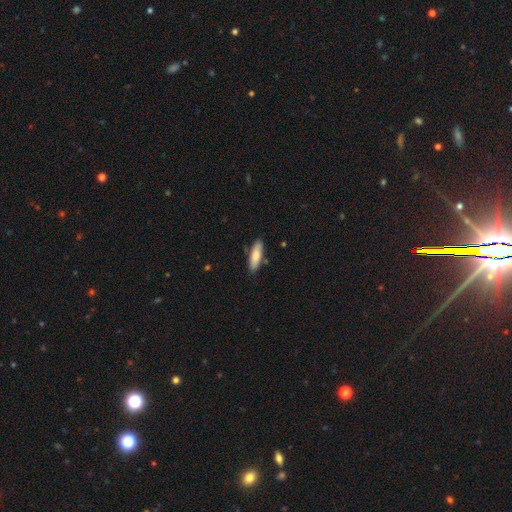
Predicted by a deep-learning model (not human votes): Overall: smooth (83%). How rounded: cigar-shaped (55%; in between 43%). Merging: none (84%).